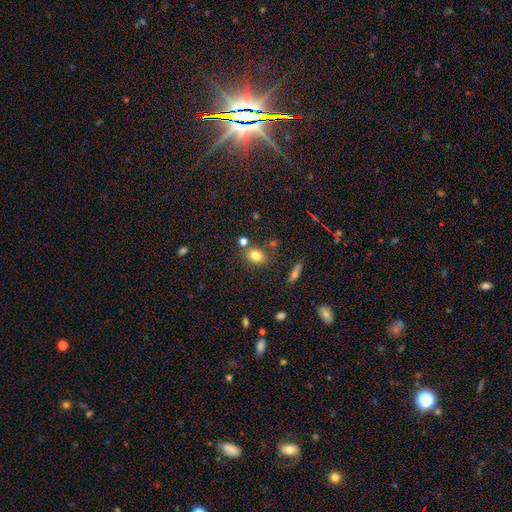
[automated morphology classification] smooth-or-featured: smooth: 79% | star or artifact: 12% | featured or disk: 9%
  how-rounded: in between: 56% | round: 42% | cigar-shaped: 2%
  merging: none: 72% | minor disturbance: 13% | merger: 11% | major disturbance: 4%